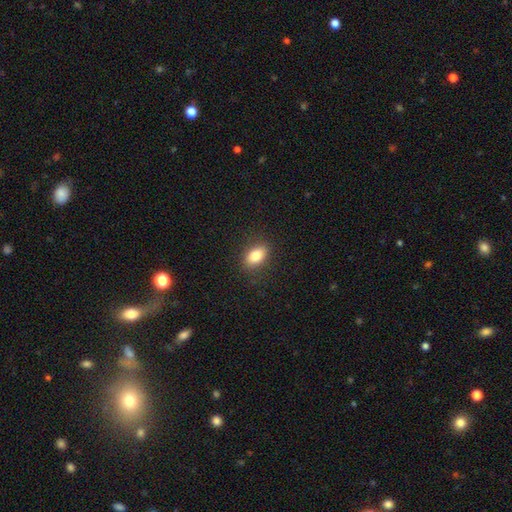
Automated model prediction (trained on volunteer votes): Overall: smooth (84%). How rounded: in between (86%). Merging: none (87%).